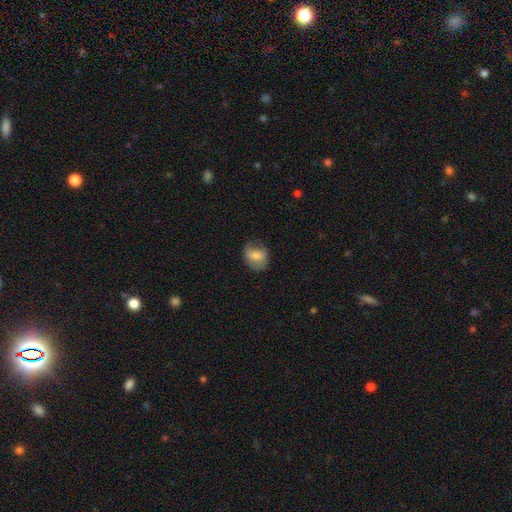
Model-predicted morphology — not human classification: Overall: smooth (72%). How rounded: in between (55%; round 44%). Merging: none (64%; minor disturbance 25%).